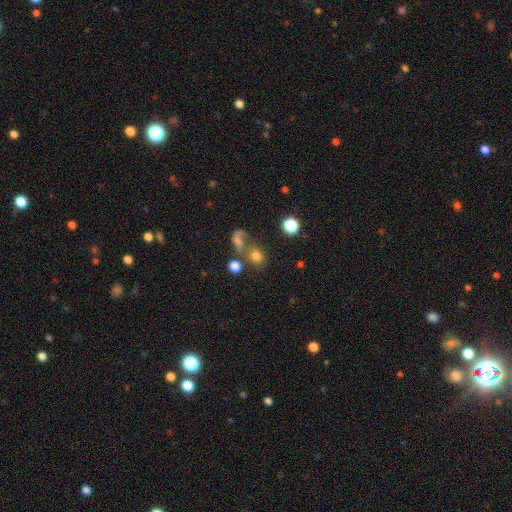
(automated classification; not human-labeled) Morphology: type=smooth (70%); roundness=round (74%); merging=none (48%).